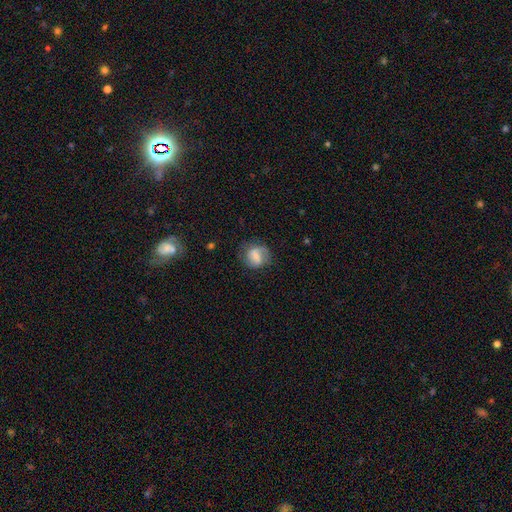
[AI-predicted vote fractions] smooth_or_featured: featured or disk (p=0.46) [alt: smooth p=0.45]
merging: none (p=0.61) [alt: minor disturbance p=0.23]